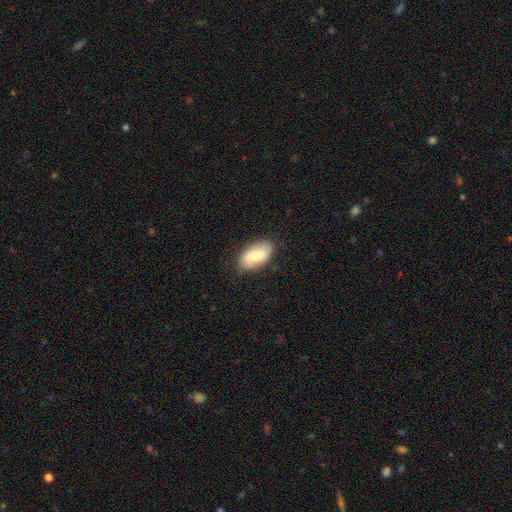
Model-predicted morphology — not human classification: This appears to be a smooth galaxy with no disk features (66%) that is in between round and cigar-shaped (92%). Merging: none (77%).